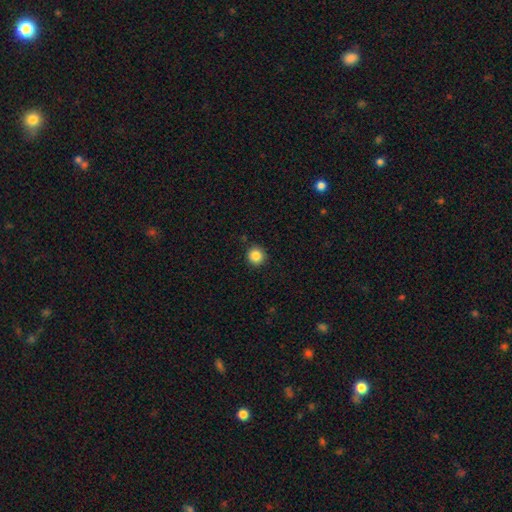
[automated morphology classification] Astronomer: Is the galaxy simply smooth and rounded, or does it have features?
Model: smooth — 86%.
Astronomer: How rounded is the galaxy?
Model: round — 94%.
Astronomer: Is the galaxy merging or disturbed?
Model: none — 92%.